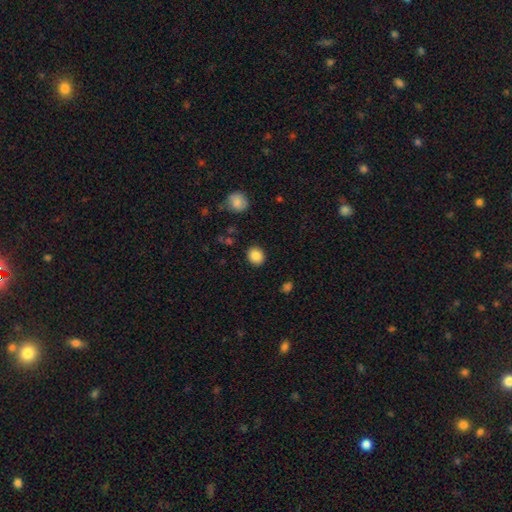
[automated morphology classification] Q: Smooth or featured?
A: smooth (87%); runner-up: star or artifact (9%)
Q: How rounded?
A: round (72%); runner-up: in between (28%)
Q: Merging?
A: none (89%); runner-up: minor disturbance (7%)